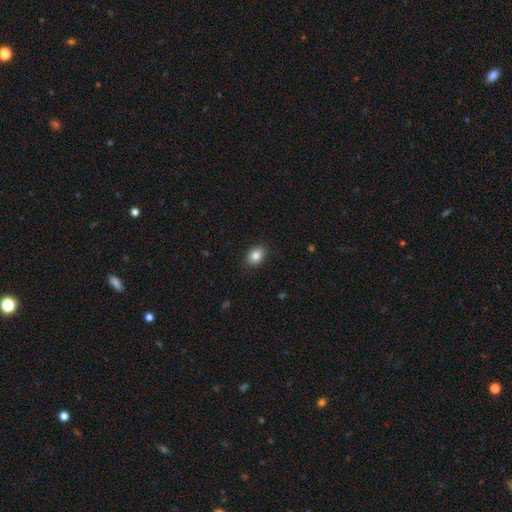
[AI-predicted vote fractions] Smooth or featured?
  - smooth: 85% *
  - star or artifact: 9%
  - featured or disk: 6%
How rounded?
  - in between: 73% *
  - round: 26%
  - cigar-shaped: 1%
Merging?
  - none: 88% *
  - minor disturbance: 9%
  - major disturbance: 2%
  - merger: 1%